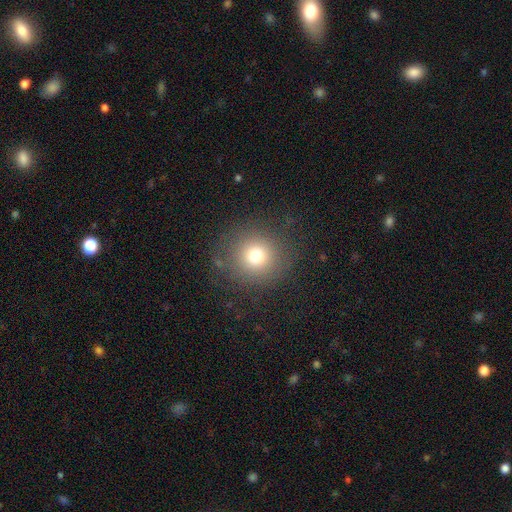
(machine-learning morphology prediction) Q: Smooth or featured?
A: smooth (74%); runner-up: star or artifact (15%)
Q: How rounded?
A: round (93%); runner-up: in between (6%)
Q: Merging?
A: none (83%); runner-up: minor disturbance (10%)